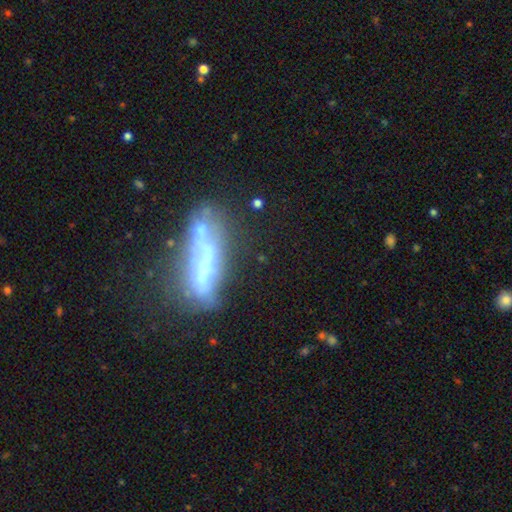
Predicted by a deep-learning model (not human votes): Smooth or featured: featured or disk — 51% (smooth — 36%)
Edge-on disk: no — 67% (yes — 33%)
Merging: none — 35% (major disturbance — 23%)